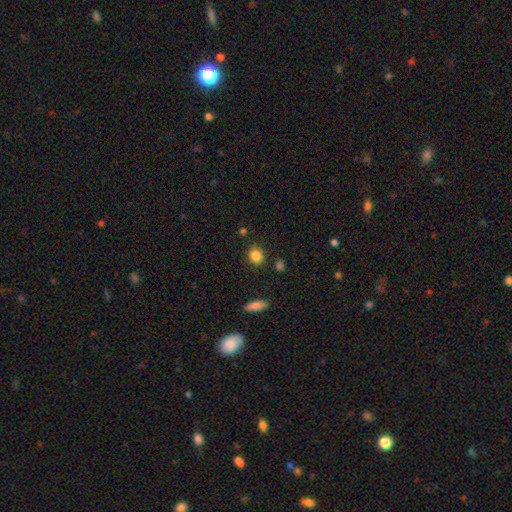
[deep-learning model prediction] This is clearly a smooth galaxy (85%). How rounded: clearly round (85%). Merging: clearly none (87%).